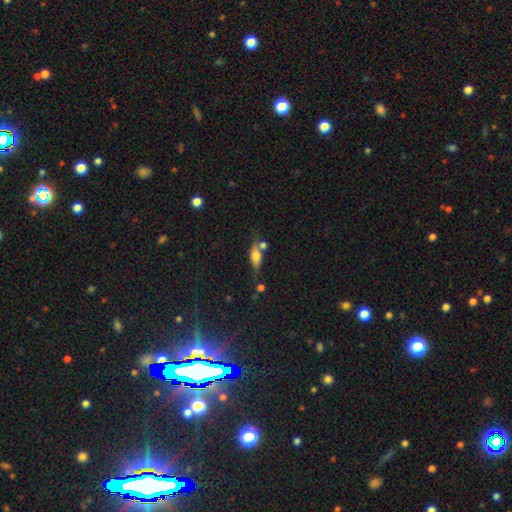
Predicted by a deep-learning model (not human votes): smooth_or_featured: smooth (p=0.62) [alt: featured or disk p=0.27]
how_rounded: in between (p=0.69) [alt: cigar-shaped p=0.25]
merging: none (p=0.53) [alt: minor disturbance p=0.20]